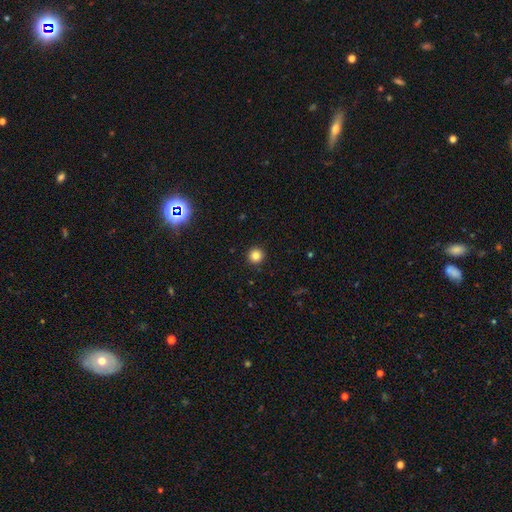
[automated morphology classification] A smooth galaxy with no disk features (83%) that is round (96%).

Vote fractions:
- Smooth or featured? smooth: 83% / star or artifact: 12% / featured or disk: 5%
- How rounded? round: 96% / in between: 3% / cigar-shaped: 1%
- Merging? none: 93% / minor disturbance: 4% / major disturbance: 2% / merger: 1%